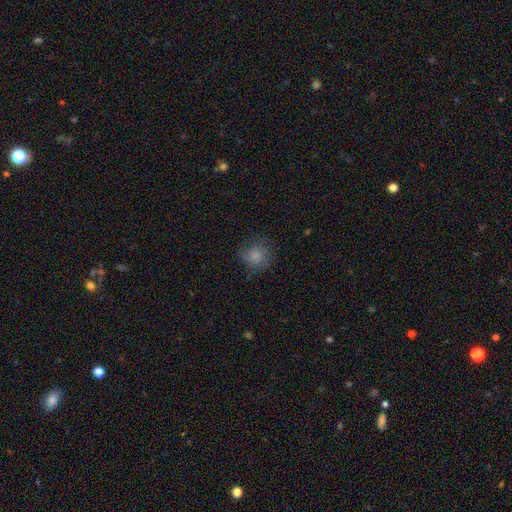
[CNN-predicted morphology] smooth 82%, star or artifact 10%, featured or disk 8%. Down the decision tree: how rounded — round (85%); merging — none (74%).